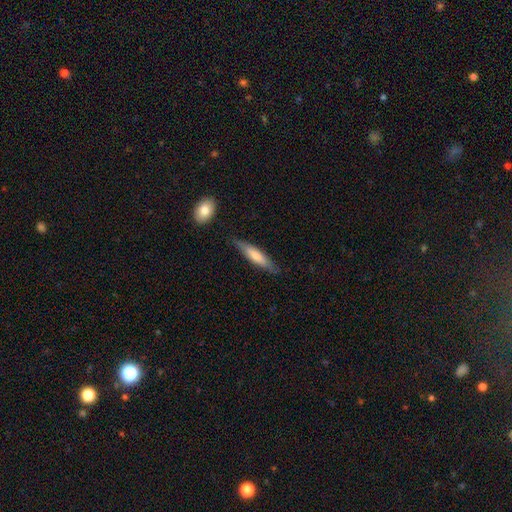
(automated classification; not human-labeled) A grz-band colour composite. It shows a smooth galaxy with no disk features (65%) that is cigar-shaped (80%). Merging: none (80%).